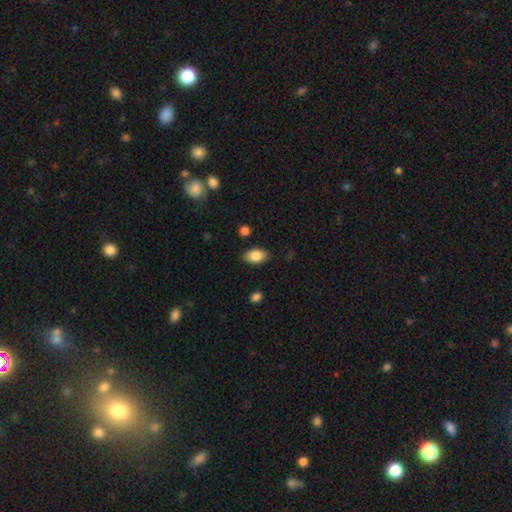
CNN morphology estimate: A smooth galaxy with no disk features (85%) that is in between round and cigar-shaped (90%). Merging: none (85%).